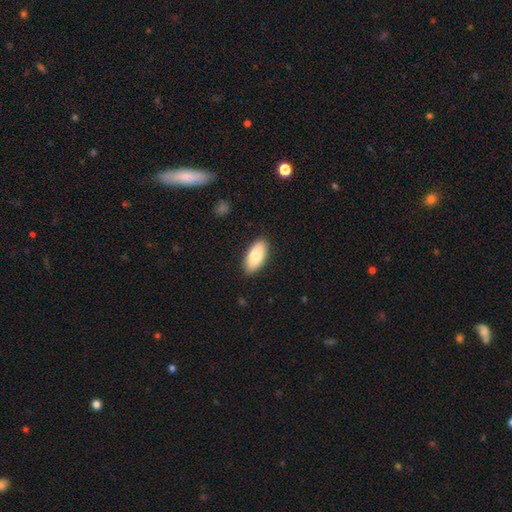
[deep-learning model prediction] Morphology: type=smooth (80%); roundness=in between (90%); merging=none (88%).